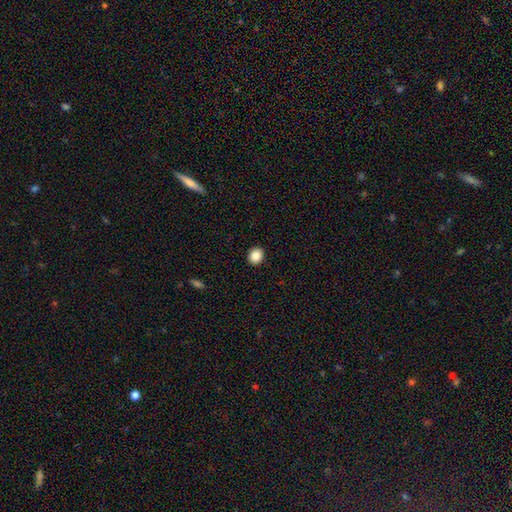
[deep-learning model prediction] Q: Smooth or featured?
A: smooth (87%); runner-up: star or artifact (9%)
Q: How rounded?
A: round (74%); runner-up: in between (25%)
Q: Merging?
A: none (92%); runner-up: minor disturbance (5%)